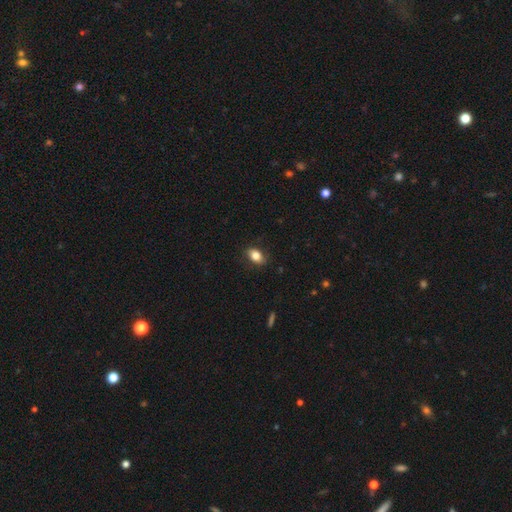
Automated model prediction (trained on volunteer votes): The model was most divided on "smooth or featured": smooth: 81%, featured or disk: 11%, star or artifact: 8%. More confident: merging — none (84%); how rounded — in between (84%).